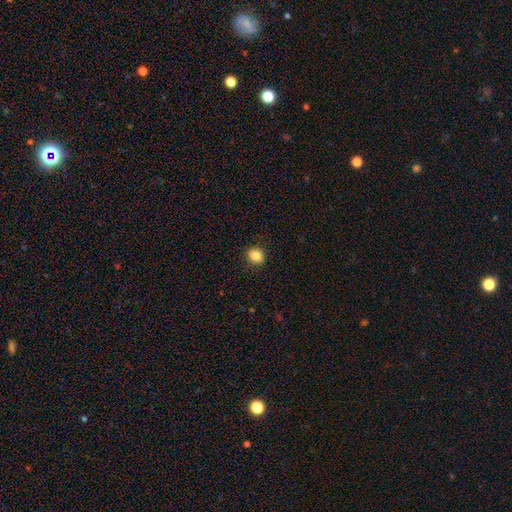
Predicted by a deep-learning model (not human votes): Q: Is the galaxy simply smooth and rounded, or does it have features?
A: smooth — 85%.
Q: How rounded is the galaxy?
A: round — 72%.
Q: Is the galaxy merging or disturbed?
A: none — 88%.